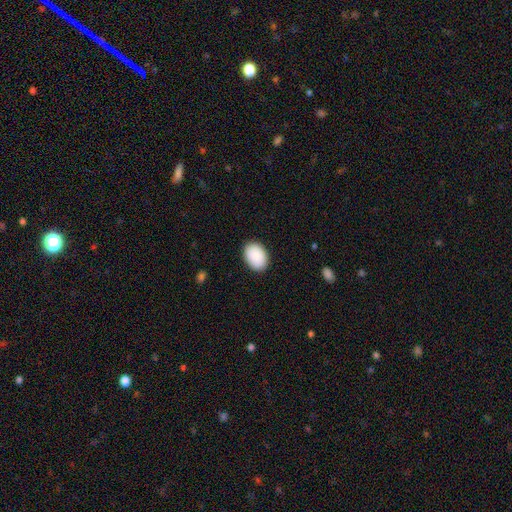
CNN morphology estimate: smooth 91%, star or artifact 6%, featured or disk 4%. Down the decision tree: how rounded — in between (81%); merging — none (89%).